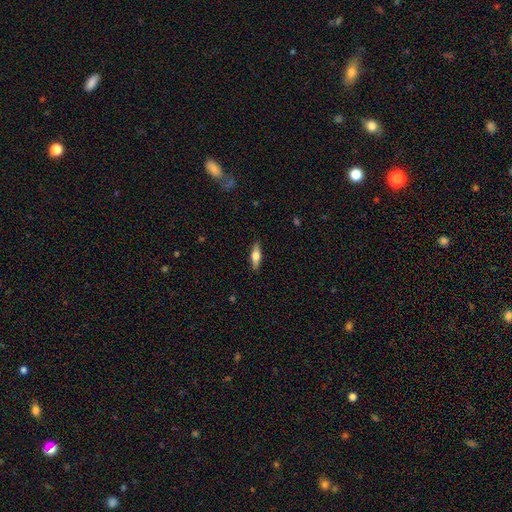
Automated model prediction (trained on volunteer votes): Morphology: type=smooth (51%); roundness=cigar-shaped (51%); merging=none (88%).